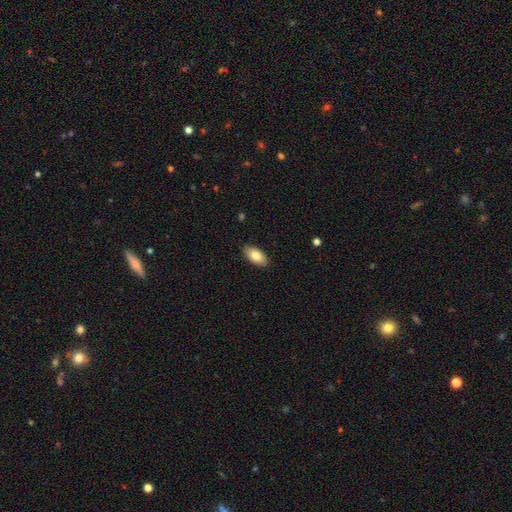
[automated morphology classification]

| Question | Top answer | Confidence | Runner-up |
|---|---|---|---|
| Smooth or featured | smooth | 79% | featured or disk (15%) |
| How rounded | in between | 92% | cigar-shaped (5%) |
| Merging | none | 89% | minor disturbance (8%) |